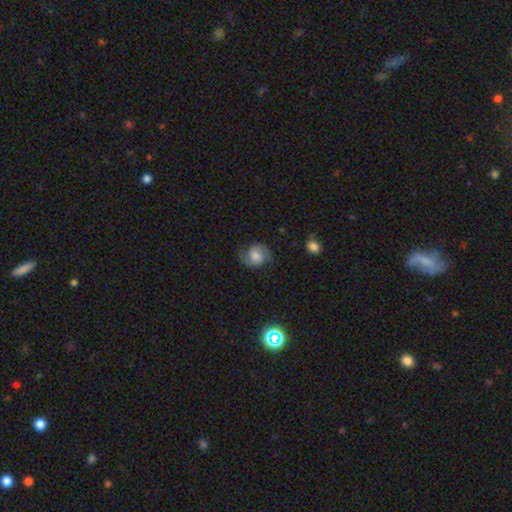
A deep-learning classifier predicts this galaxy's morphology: This is possibly a smooth galaxy (45%, tied with featured or disk). Merging: likely none (69%).